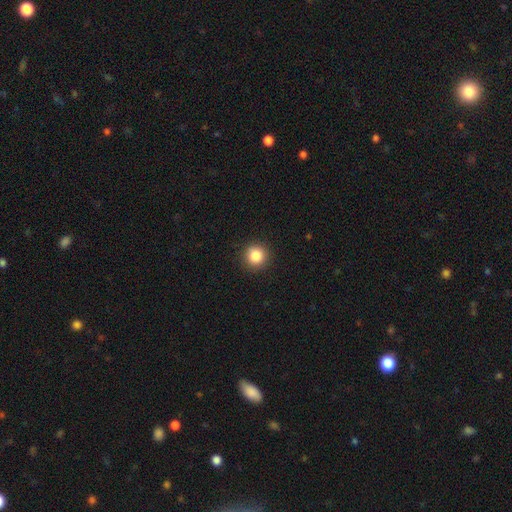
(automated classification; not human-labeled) The model was most divided on "smooth or featured": smooth: 86%, star or artifact: 10%, featured or disk: 4%. More confident: how rounded — round (94%); merging — none (91%).